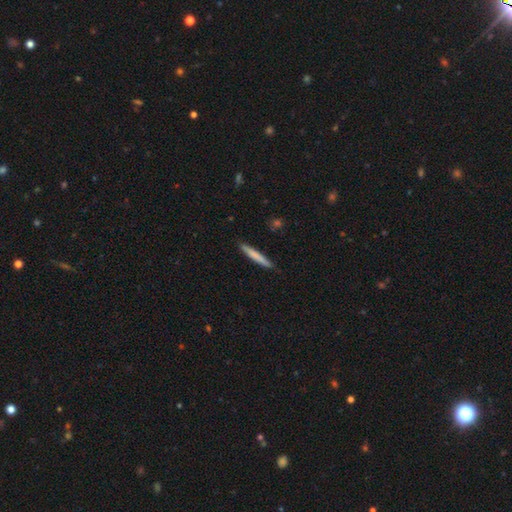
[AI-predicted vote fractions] Smooth or featured: smooth — 72% (featured or disk — 22%)
How rounded: cigar-shaped — 96% (in between — 3%)
Merging: none — 90% (minor disturbance — 7%)